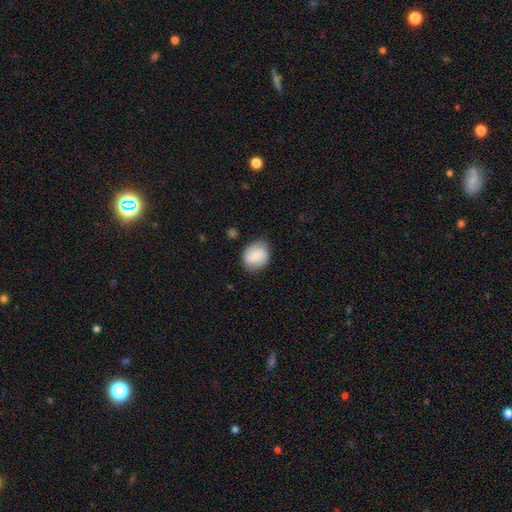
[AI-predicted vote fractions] smooth-or-featured: smooth: 71% | featured or disk: 22% | star or artifact: 7%
  how-rounded: round: 53% | in between: 46% | cigar-shaped: 1%
  merging: none: 76% | minor disturbance: 19% | major disturbance: 4% | merger: 1%